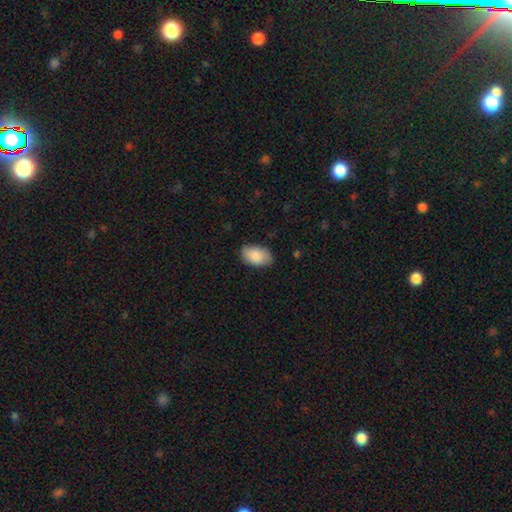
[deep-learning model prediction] A smooth galaxy with no disk features (87%) that is in between round and cigar-shaped (93%). Merging: none (82%).